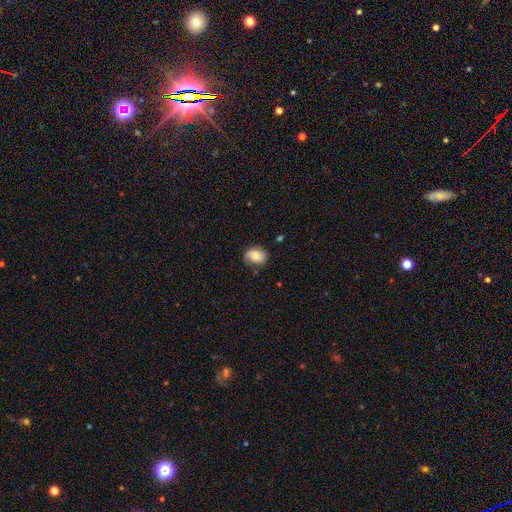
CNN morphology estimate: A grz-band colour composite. It shows a smooth galaxy with no disk features (65%) that is in between round and cigar-shaped (66%). Merging: none (66%).